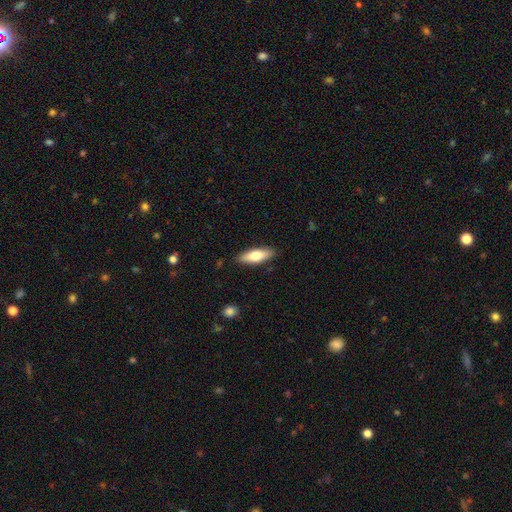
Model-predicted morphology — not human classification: smooth-or-featured: smooth: 67% | featured or disk: 27% | star or artifact: 6%
  how-rounded: in between: 55% | cigar-shaped: 43% | round: 2%
  merging: none: 87% | minor disturbance: 9% | major disturbance: 2% | merger: 1%